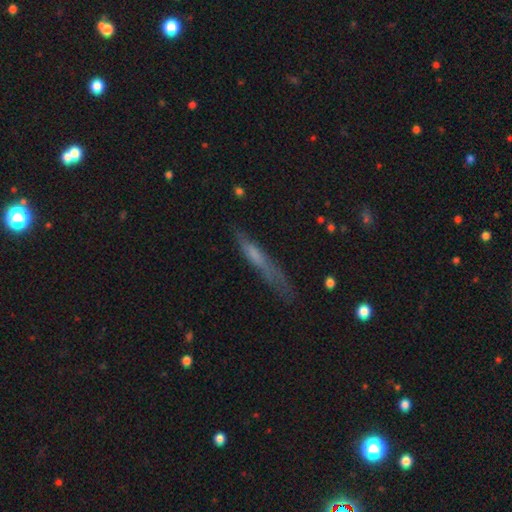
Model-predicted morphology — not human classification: This is possibly a smooth galaxy (53%). How rounded: clearly cigar-shaped (91%). Merging: possibly none (60%).